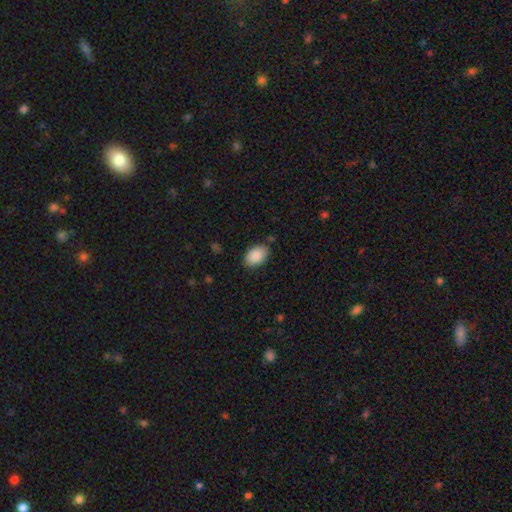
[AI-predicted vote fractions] This is clearly a smooth galaxy (87%). How rounded: clearly in between (88%). Merging: clearly none (84%).